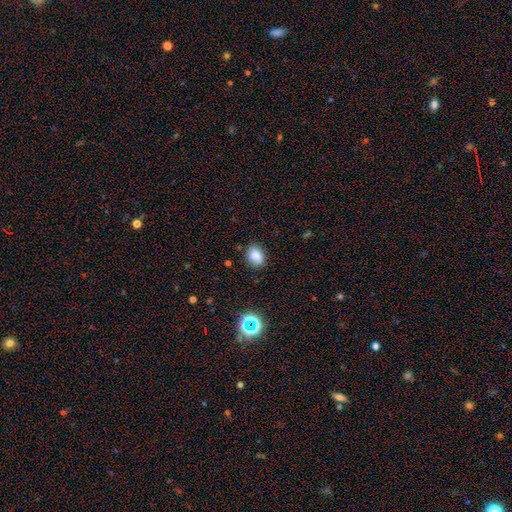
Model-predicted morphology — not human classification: Smooth or featured?
  - smooth: 81% *
  - star or artifact: 12%
  - featured or disk: 7%
How rounded?
  - in between: 66% *
  - round: 33%
  - cigar-shaped: 1%
Merging?
  - none: 76% *
  - minor disturbance: 17%
  - major disturbance: 4%
  - merger: 2%